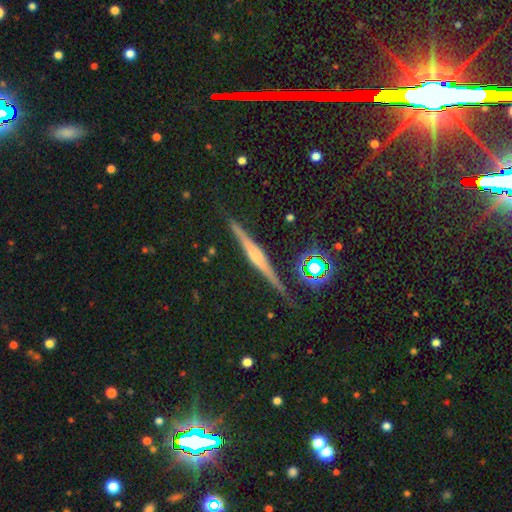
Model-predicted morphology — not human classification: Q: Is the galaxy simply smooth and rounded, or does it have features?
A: featured or disk — 68%.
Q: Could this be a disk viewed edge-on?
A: yes — 97%.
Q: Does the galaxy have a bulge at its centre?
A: rounded — 64%.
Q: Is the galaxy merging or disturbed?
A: none — 88%.